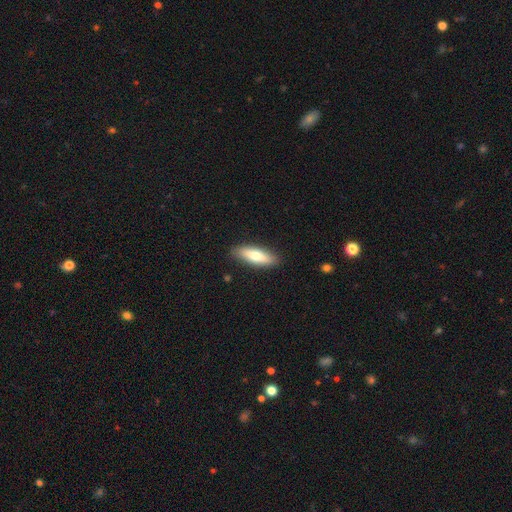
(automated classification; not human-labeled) A smooth galaxy with no disk features (70%) that is in between round and cigar-shaped (51%).

Vote fractions:
- Smooth or featured? smooth: 70% / featured or disk: 24% / star or artifact: 6%
- How rounded? in between: 51% / cigar-shaped: 47% / round: 2%
- Merging? none: 88% / minor disturbance: 9% / major disturbance: 2% / merger: 1%